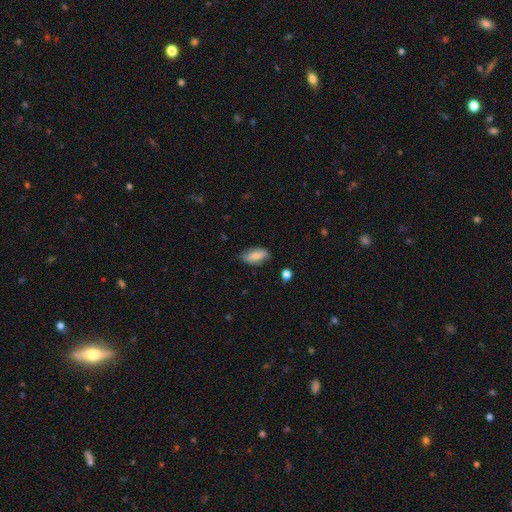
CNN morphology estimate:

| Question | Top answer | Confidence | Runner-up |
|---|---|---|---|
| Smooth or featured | smooth | 70% | featured or disk (23%) |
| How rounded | in between | 90% | cigar-shaped (6%) |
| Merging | none | 73% | minor disturbance (21%) |